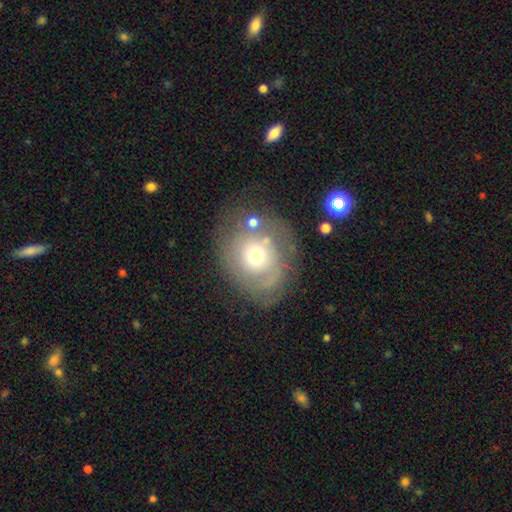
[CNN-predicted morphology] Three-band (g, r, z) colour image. It shows a smooth galaxy with no disk features (45%). Merging: none (64%).